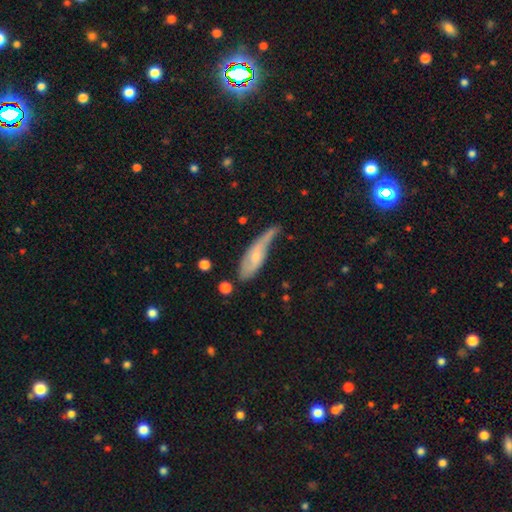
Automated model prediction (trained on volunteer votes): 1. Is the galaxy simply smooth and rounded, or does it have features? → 48% smooth, 45% featured or disk, 6% star or artifact.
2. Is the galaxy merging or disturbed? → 39% minor disturbance, 32% none, 23% major disturbance, 6% merger.